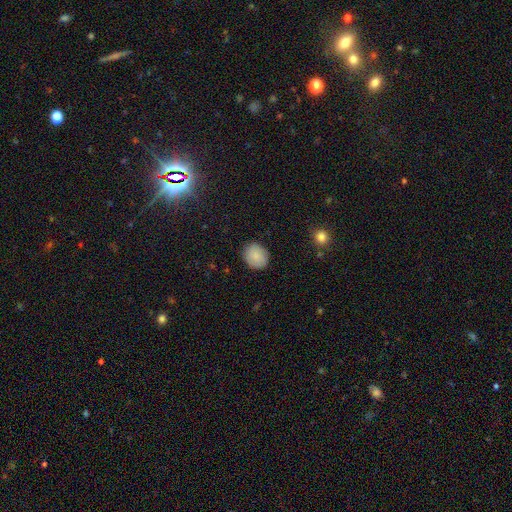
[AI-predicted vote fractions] Q: Smooth or featured?
A: smooth (86%); runner-up: star or artifact (8%)
Q: How rounded?
A: round (68%); runner-up: in between (31%)
Q: Merging?
A: none (86%); runner-up: minor disturbance (10%)